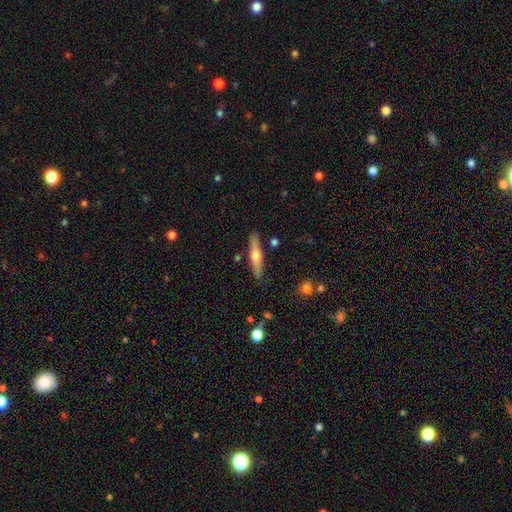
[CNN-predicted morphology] Smooth or featured: featured or disk — 48% (smooth — 45%)
Merging: none — 88% (minor disturbance — 8%)